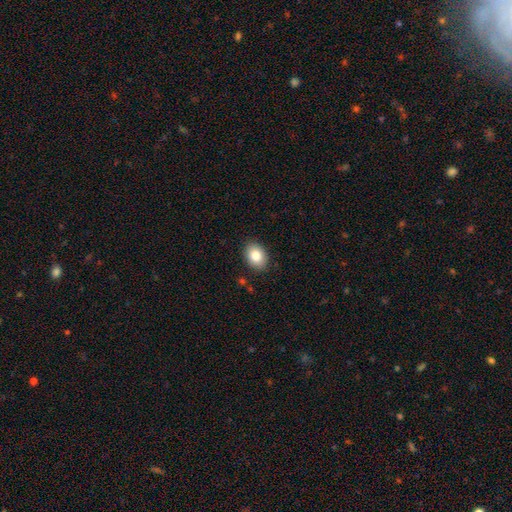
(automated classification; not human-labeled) Overall: smooth (85%). How rounded: in between (75%). Merging: none (88%).